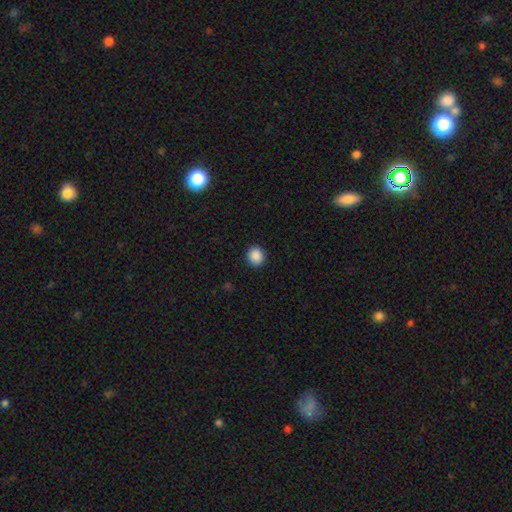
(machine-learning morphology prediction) This is clearly a smooth galaxy (89%). How rounded: clearly round (88%). Merging: clearly none (91%).